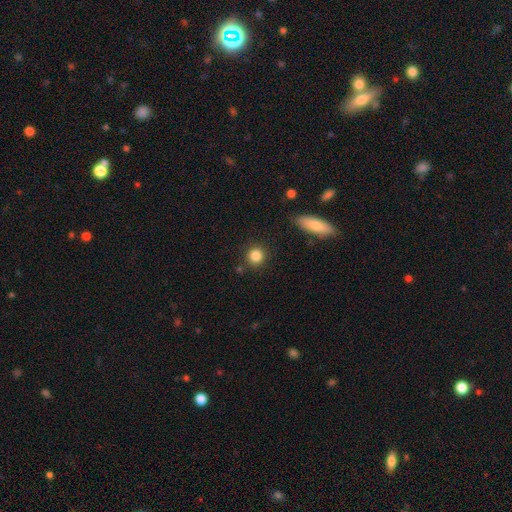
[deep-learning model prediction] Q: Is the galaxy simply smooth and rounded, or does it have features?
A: smooth — 85%.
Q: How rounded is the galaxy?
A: round — 89%.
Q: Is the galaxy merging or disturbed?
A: none — 87%.